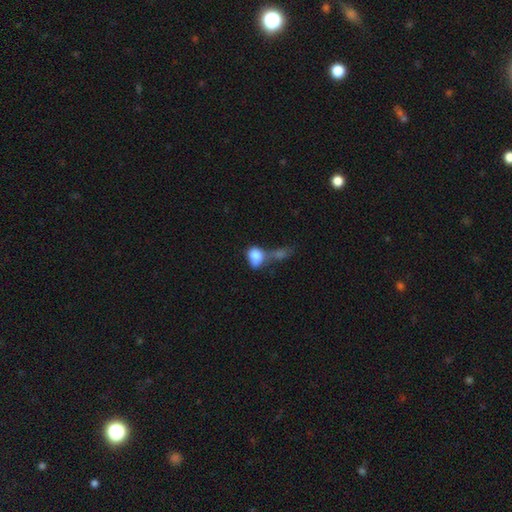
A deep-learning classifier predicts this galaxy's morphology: type=smooth (77%); roundness=in between (63%); merging=merger (49%).